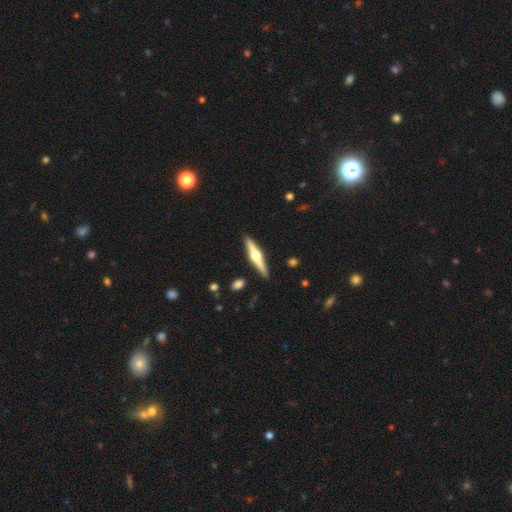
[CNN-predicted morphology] smooth_or_featured: featured or disk (p=0.72) [alt: smooth p=0.23]
disk_edge_on: yes (p=0.98) [alt: no p=0.02]
edge_on_bulge: rounded (p=0.95) [alt: boxy p=0.03]
merging: none (p=0.90) [alt: minor disturbance p=0.07]